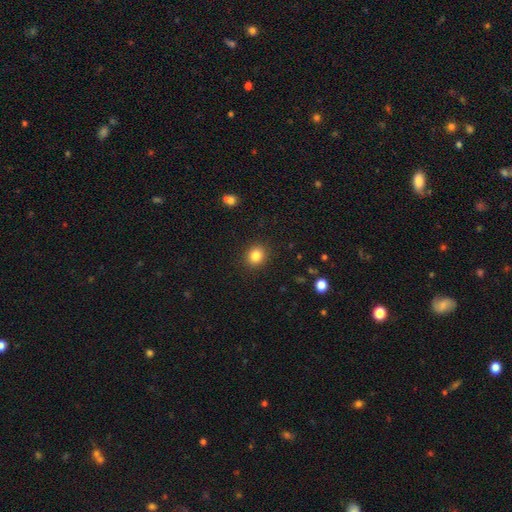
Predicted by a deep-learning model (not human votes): Smooth or featured? Predicted: smooth (p=0.84). How rounded? Predicted: round (p=0.73). Merging? Predicted: none (p=0.90).